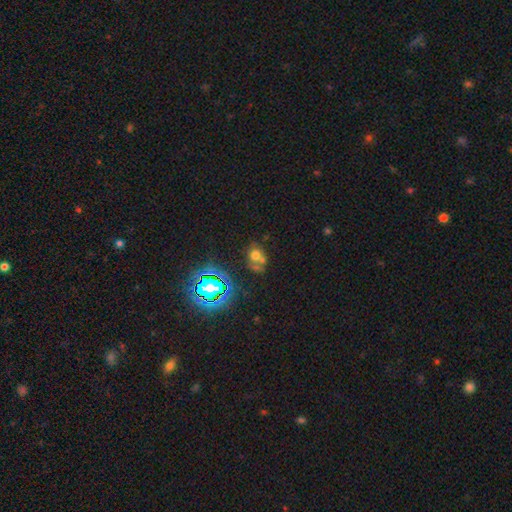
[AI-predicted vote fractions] Morphology: type=smooth (51%); roundness=round (58%); merging=none (39%).